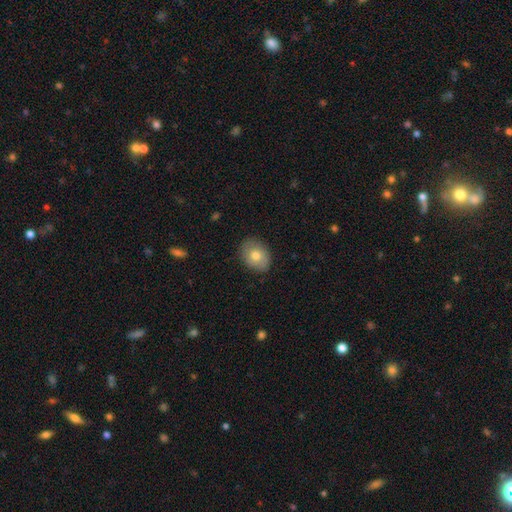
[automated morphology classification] Smooth or featured: smooth — 75% (featured or disk — 17%)
How rounded: in between — 56% (round — 43%)
Merging: none — 84% (minor disturbance — 13%)